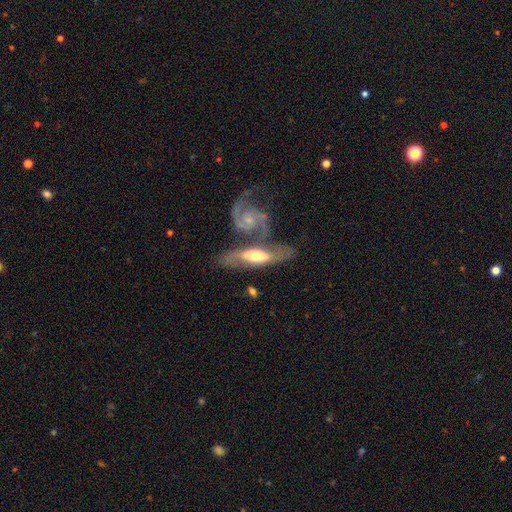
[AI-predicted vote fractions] A featured or disk galaxy (69%).

Vote fractions:
- Smooth or featured? featured or disk: 69% / smooth: 26% / star or artifact: 5%
- Edge-on disk? no: 70% / yes: 30%
- Merging? merger: 45% / none: 34% / minor disturbance: 13% / major disturbance: 8%